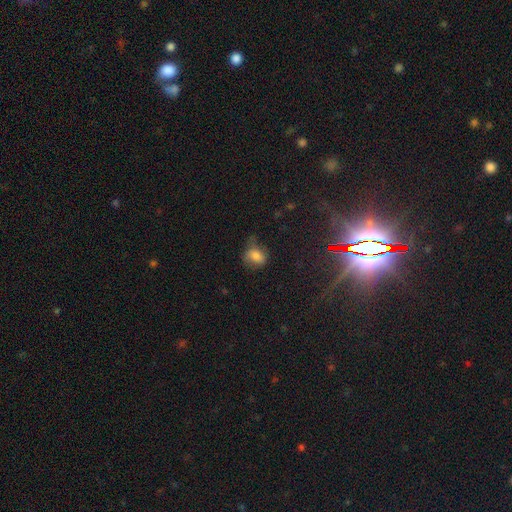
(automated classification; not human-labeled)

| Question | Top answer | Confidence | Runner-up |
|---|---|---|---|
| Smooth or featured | smooth | 75% | featured or disk (14%) |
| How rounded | in between | 63% | round (36%) |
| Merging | none | 46% | minor disturbance (34%) |